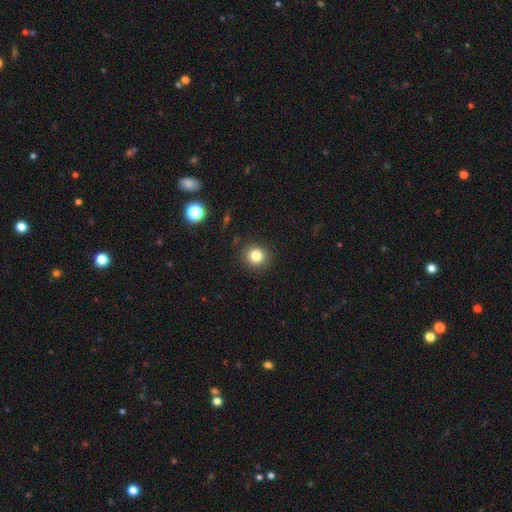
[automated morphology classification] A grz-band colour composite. It shows a smooth galaxy with no disk features (82%) that is round (86%). Merging: none (89%).